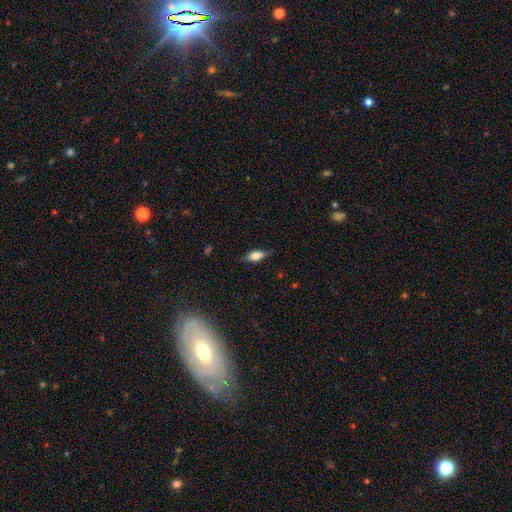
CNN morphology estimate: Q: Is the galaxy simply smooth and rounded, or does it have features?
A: smooth — 63%.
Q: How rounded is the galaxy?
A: in between — 74%.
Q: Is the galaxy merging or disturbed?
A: none — 80%.